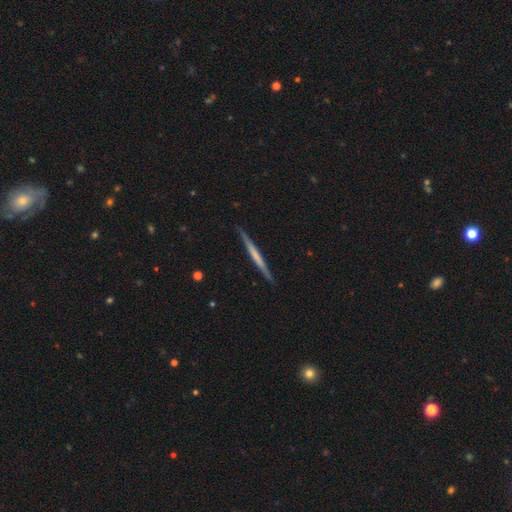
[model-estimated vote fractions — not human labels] Smooth or featured: featured or disk — 52% (smooth — 43%)
Edge-on disk: yes — 98% (no — 2%)
Edge-on bulge: none — 82% (rounded — 10%)
Merging: none — 90% (minor disturbance — 7%)